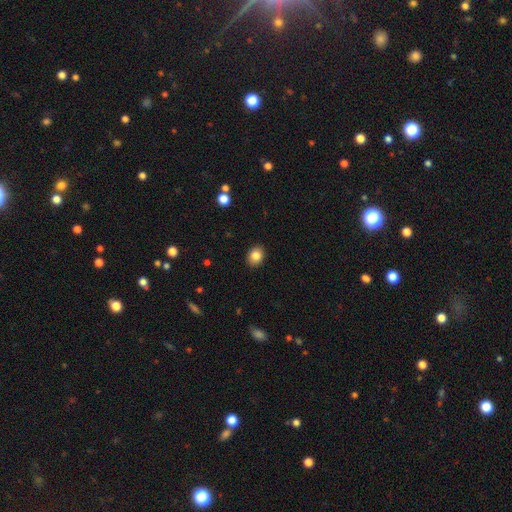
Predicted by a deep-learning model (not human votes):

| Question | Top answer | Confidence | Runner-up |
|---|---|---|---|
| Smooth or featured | smooth | 84% | star or artifact (9%) |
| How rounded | in between | 54% | round (45%) |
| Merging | none | 89% | minor disturbance (8%) |